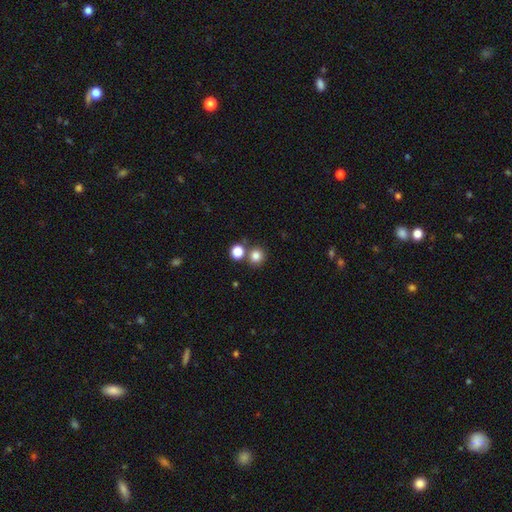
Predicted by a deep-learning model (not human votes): smooth-or-featured: smooth: 81% | star or artifact: 13% | featured or disk: 6%
  how-rounded: round: 91% | in between: 8% | cigar-shaped: 1%
  merging: none: 73% | merger: 17% | minor disturbance: 7% | major disturbance: 3%